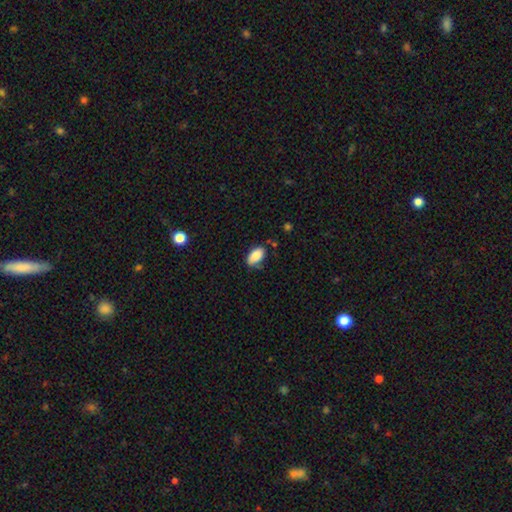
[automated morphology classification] smooth_or_featured: smooth (p=0.87) [alt: star or artifact p=0.07]
how_rounded: in between (p=0.93) [alt: round p=0.04]
merging: none (p=0.72) [alt: minor disturbance p=0.21]